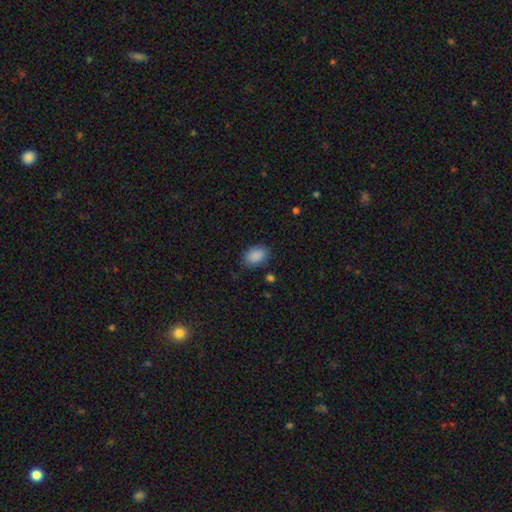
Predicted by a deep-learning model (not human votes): This appears to be a smooth galaxy with no disk features (89%) that is in between round and cigar-shaped (85%). Merging: none (84%).